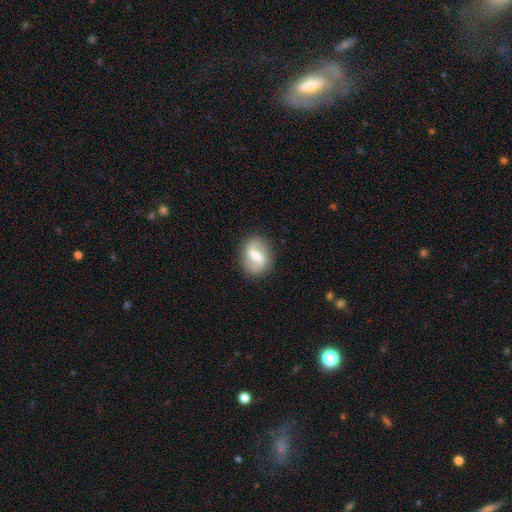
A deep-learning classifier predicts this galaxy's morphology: Smooth or featured: featured or disk — 70% (smooth — 24%)
Edge-on disk: no — 97% (yes — 3%)
Bar: weak — 49% (strong — 37%)
Spiral arms: yes — 87% (no — 13%)
Spiral winding: loose — 62% (medium — 29%)
Spiral arm count: 2 — 90% (can't tell — 4%)
Bulge size: moderate — 49% (small — 29%)
Merging: none — 83% (minor disturbance — 11%)